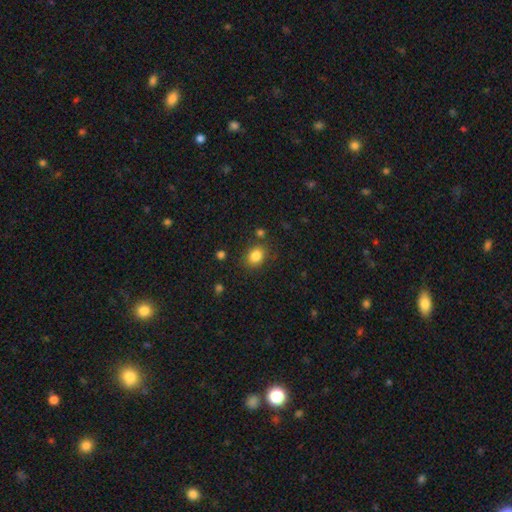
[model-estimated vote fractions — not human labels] Overall: smooth (84%). How rounded: in between (51%; round 48%). Merging: none (80%).